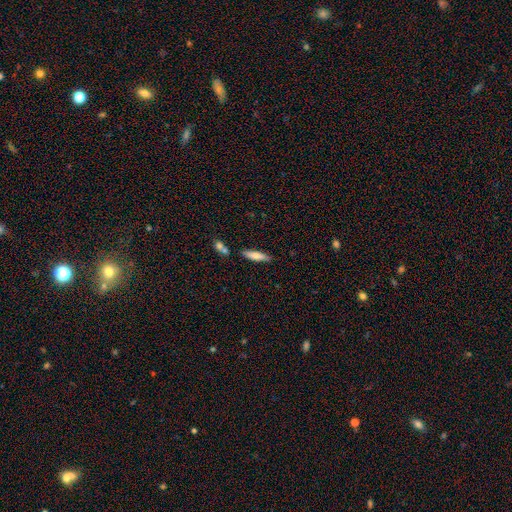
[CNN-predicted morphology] type=smooth (68%); roundness=cigar-shaped (75%); merging=none (79%).